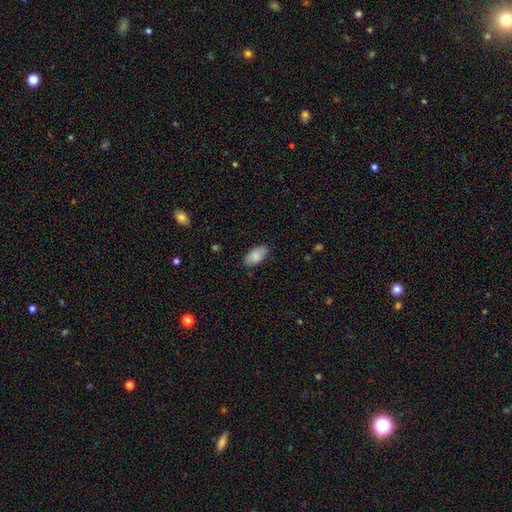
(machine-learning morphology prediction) smooth 85%, featured or disk 8%, star or artifact 6%. Down the decision tree: how rounded — in between (95%); merging — none (83%).